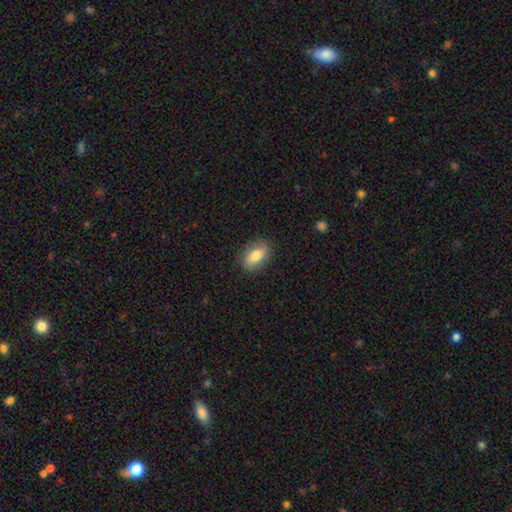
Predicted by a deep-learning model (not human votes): Overall: smooth (77%). How rounded: in between (86%). Merging: none (85%).